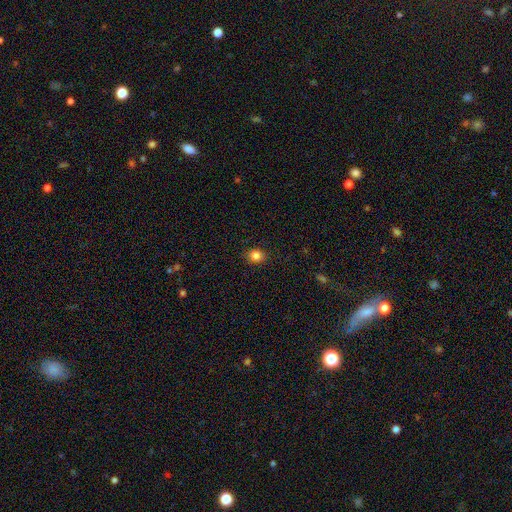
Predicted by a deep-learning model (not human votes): Smooth or featured? Predicted: smooth (p=0.84). How rounded? Predicted: round (p=0.62). Merging? Predicted: none (p=0.87).